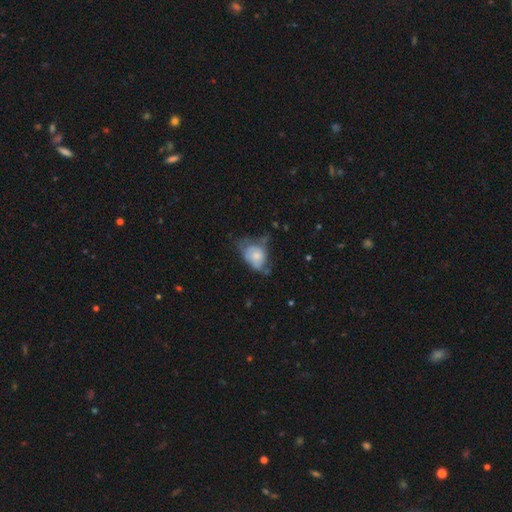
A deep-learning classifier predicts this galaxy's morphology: Smooth or featured: smooth — 60% (featured or disk — 32%)
How rounded: in between — 68% (round — 31%)
Merging: minor disturbance — 37% (none — 29%)